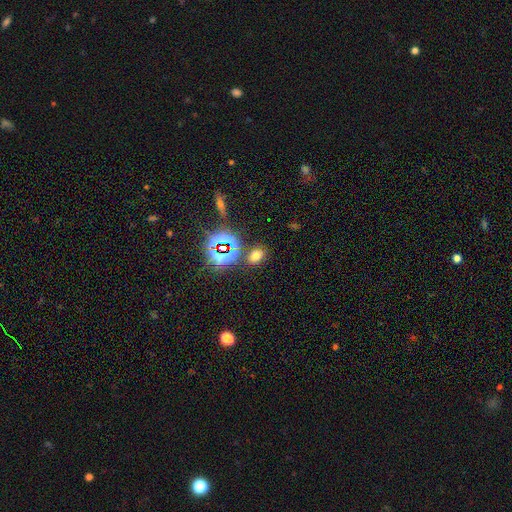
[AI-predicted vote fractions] smooth_or_featured: smooth (p=0.60) [alt: star or artifact p=0.32]
how_rounded: in between (p=0.73) [alt: round p=0.25]
merging: none (p=0.80) [alt: minor disturbance p=0.10]